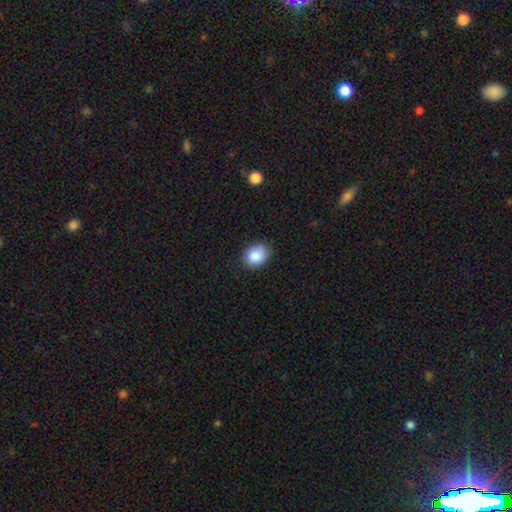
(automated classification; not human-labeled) Smooth or featured? smooth (88%)
How rounded? in between (55%)
Merging? none (85%)